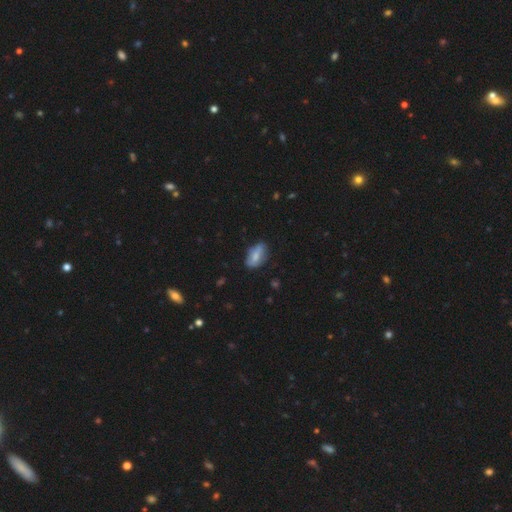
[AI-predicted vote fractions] Overall: smooth (69%). How rounded: in between (90%). Merging: none (67%).